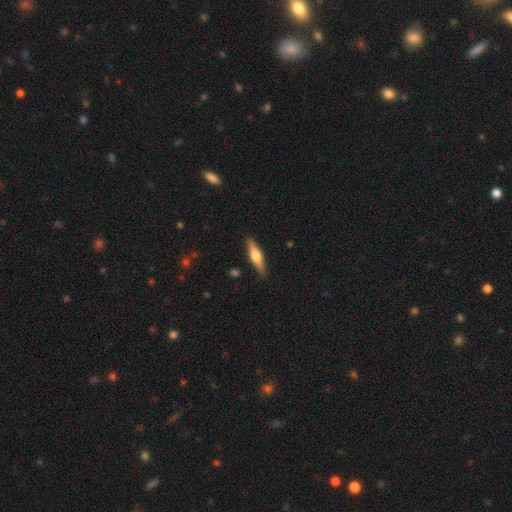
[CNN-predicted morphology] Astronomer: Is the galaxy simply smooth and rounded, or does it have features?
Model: featured or disk — 58% (runner-up: smooth, 36%).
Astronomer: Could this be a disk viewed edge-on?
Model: yes — 96%.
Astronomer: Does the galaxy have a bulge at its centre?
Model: rounded — 91%.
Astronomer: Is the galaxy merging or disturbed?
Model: none — 89%.